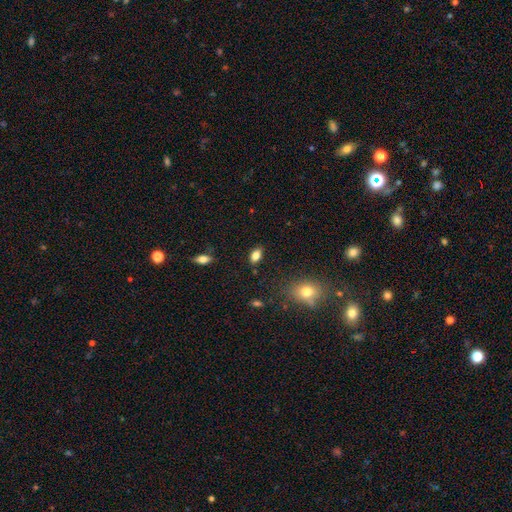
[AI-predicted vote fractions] smooth-or-featured: smooth: 81% | star or artifact: 10% | featured or disk: 9%
  how-rounded: in between: 87% | round: 9% | cigar-shaped: 4%
  merging: none: 85% | minor disturbance: 11% | major disturbance: 3% | merger: 2%